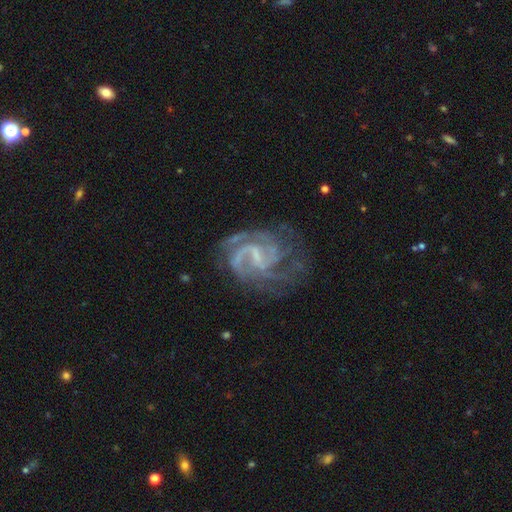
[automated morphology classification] type=featured or disk (90%); edge-on=no (98%); bar=weak (56%); spiral arms=yes (97%); winding=medium (52%); arm count=2 (42%); bulge=small (53%); merging=none (60%).